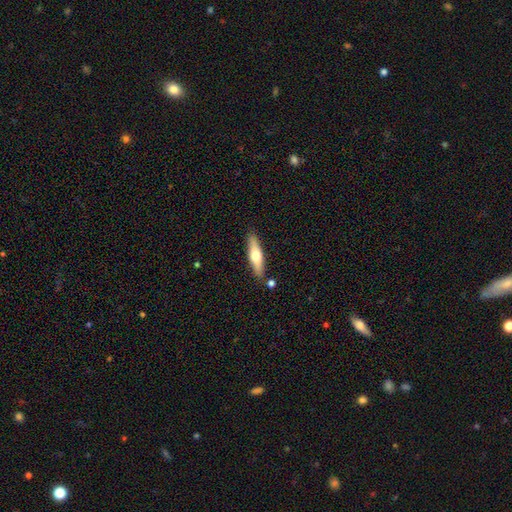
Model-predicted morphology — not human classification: smooth-or-featured: smooth: 49% | featured or disk: 46% | star or artifact: 5%
  merging: none: 85% | minor disturbance: 9% | merger: 4% | major disturbance: 2%